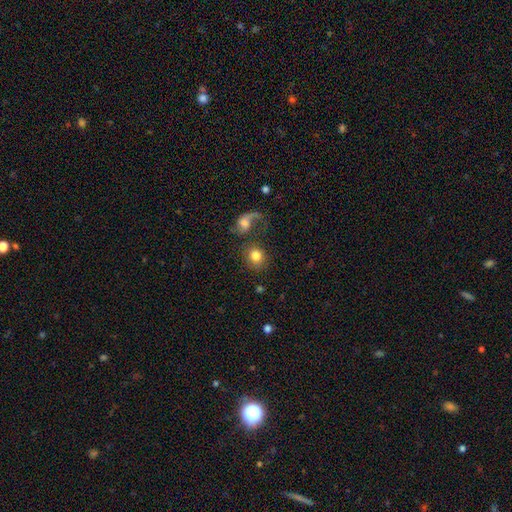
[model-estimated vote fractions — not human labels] A smooth galaxy with no disk features (78%) that is round (81%). Merging: none (60%).